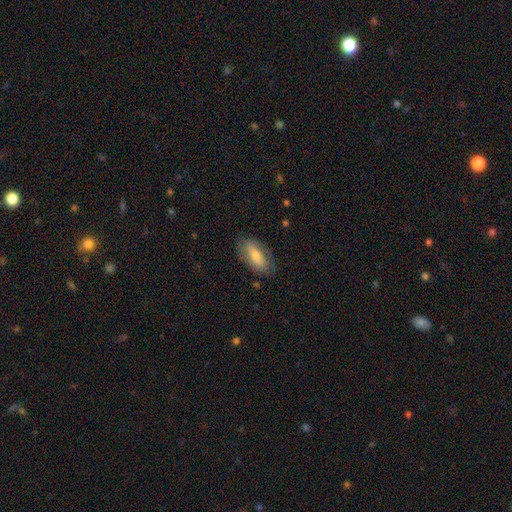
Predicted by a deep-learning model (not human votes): A smooth galaxy with no disk features (60%) that is in between round and cigar-shaped (83%). Merging: none (78%).